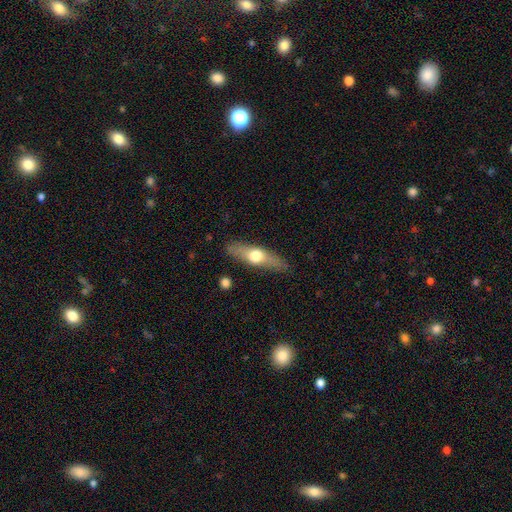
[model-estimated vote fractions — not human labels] Smooth or featured? featured or disk (48%)
Merging? none (85%)